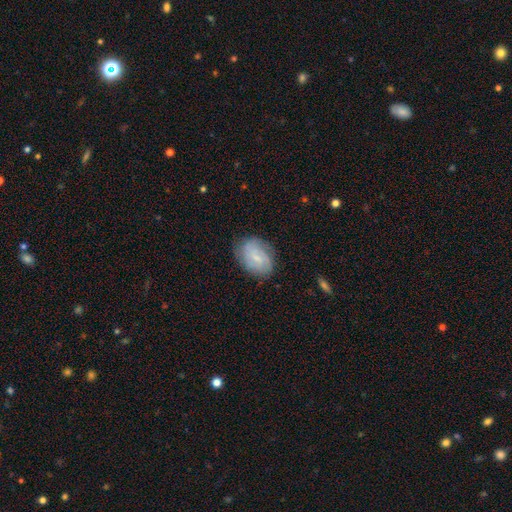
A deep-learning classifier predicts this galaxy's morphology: smooth-or-featured: featured or disk: 49% | smooth: 44% | star or artifact: 8%
  merging: none: 74% | minor disturbance: 19% | major disturbance: 6% | merger: 1%